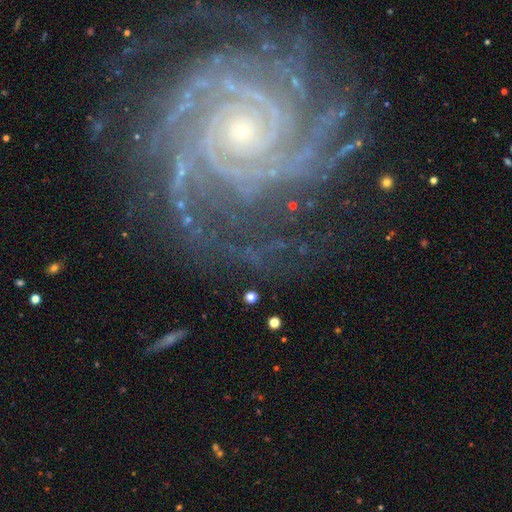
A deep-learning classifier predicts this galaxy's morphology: Overall: featured or disk (90%). Edge-on disk: no (98%). Bar: no (75%). Spiral arms: yes (98%). Spiral arm count: 2 (25%; 3 17%). Spiral winding: tight (79%). Bulge size: small (84%). Merging: none (72%).